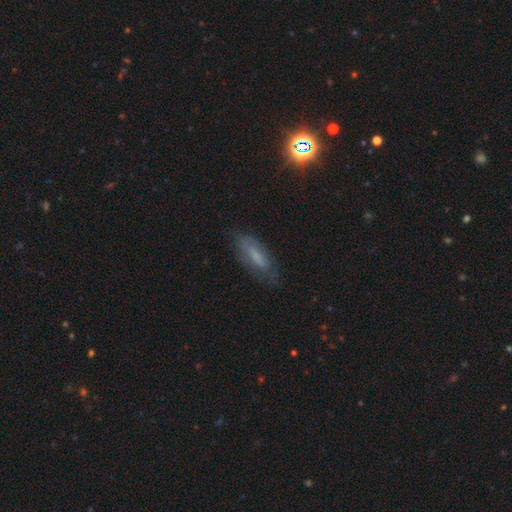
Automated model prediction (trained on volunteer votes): Smooth or featured: smooth — 55% (featured or disk — 32%)
How rounded: in between — 53% (cigar-shaped — 45%)
Merging: none — 69% (minor disturbance — 21%)